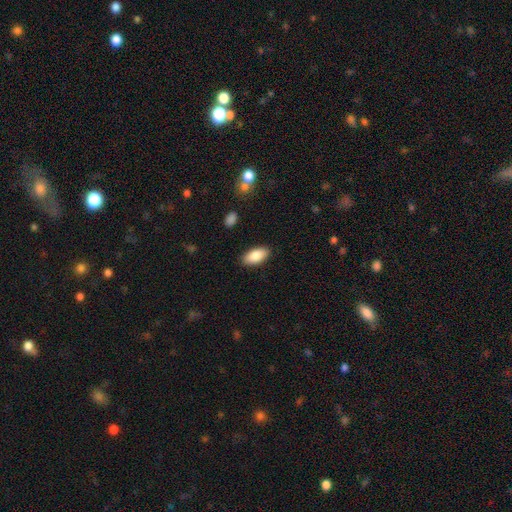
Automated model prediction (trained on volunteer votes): A smooth galaxy with no disk features (85%) that is in between round and cigar-shaped (91%). Merging: none (88%).